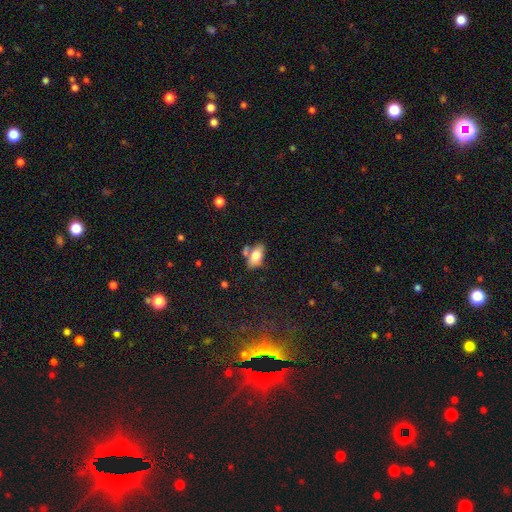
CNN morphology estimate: type=smooth (75%); roundness=in between (90%); merging=none (54%).